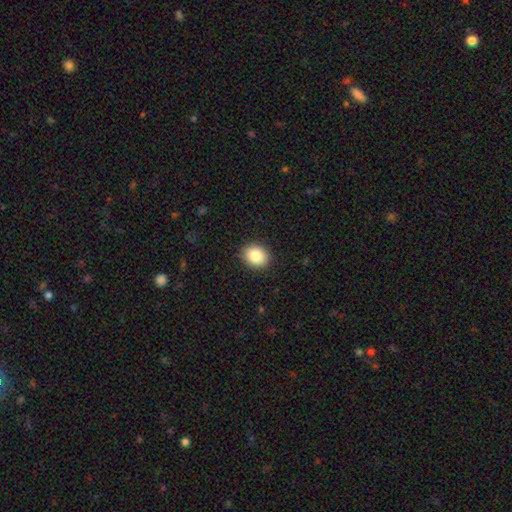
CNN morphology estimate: Smooth or featured? smooth (84%)
How rounded? round (55%)
Merging? none (89%)